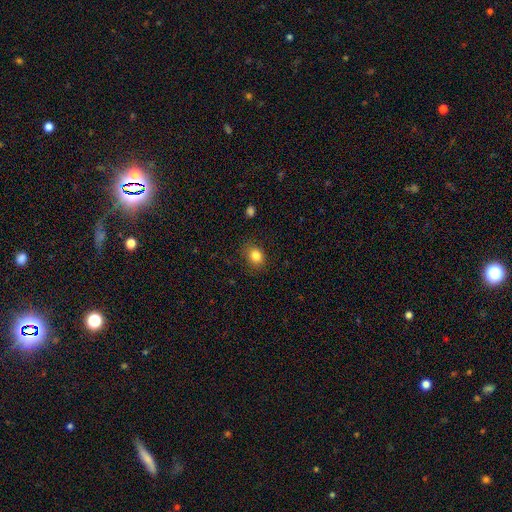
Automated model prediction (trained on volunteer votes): This is clearly a smooth galaxy (84%). How rounded: possibly round (52%). Merging: clearly none (83%).